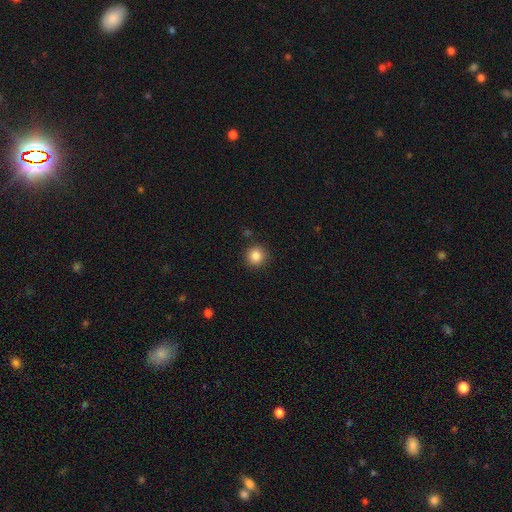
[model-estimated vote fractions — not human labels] smooth-or-featured: smooth: 85% | star or artifact: 10% | featured or disk: 4%
  how-rounded: round: 93% | in between: 6% | cigar-shaped: 1%
  merging: none: 89% | minor disturbance: 7% | major disturbance: 2% | merger: 2%